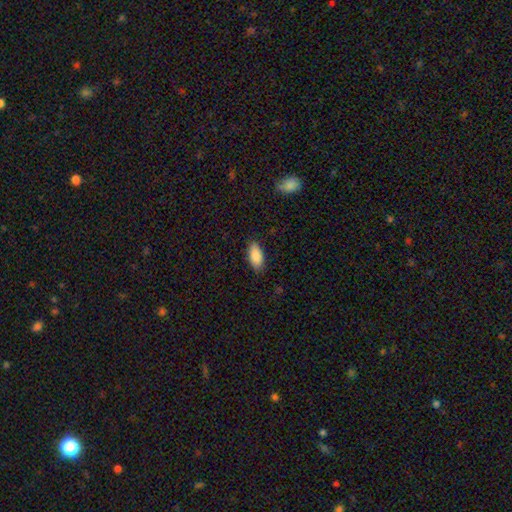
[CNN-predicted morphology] This appears to be a smooth galaxy with no disk features (89%) that is in between round and cigar-shaped (90%). Merging: none (85%).